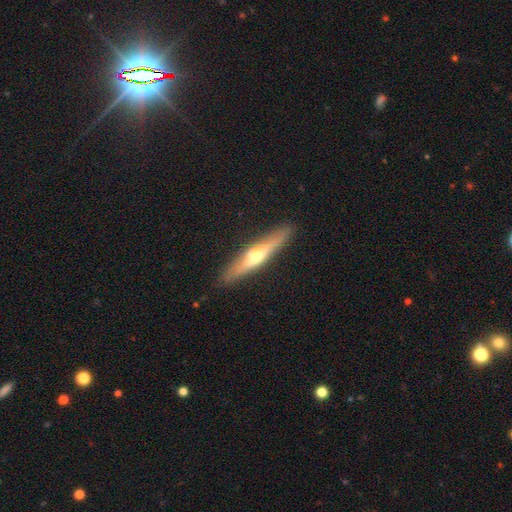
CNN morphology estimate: type=featured or disk (58%); edge-on=yes (93%); edge-on bulge=rounded (84%); merging=none (90%).